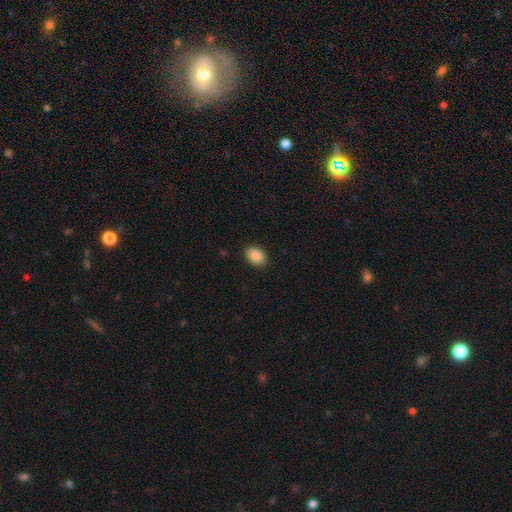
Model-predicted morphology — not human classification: smooth 89%, star or artifact 7%, featured or disk 4%. Down the decision tree: how rounded — in between (83%); merging — none (90%).